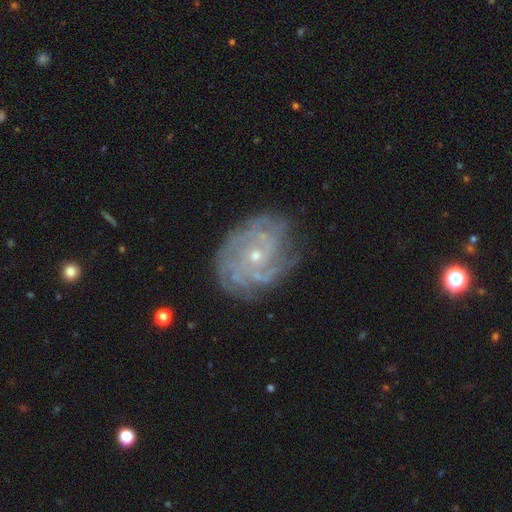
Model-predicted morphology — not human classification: Smooth or featured? featured or disk (84%)
Edge-on disk? no (97%)
Bar? no (80%)
Spiral arms? yes (92%)
Spiral winding? tight (71%)
Spiral arm count? can't tell (39%)
Bulge size? small (75%)
Merging? none (73%)